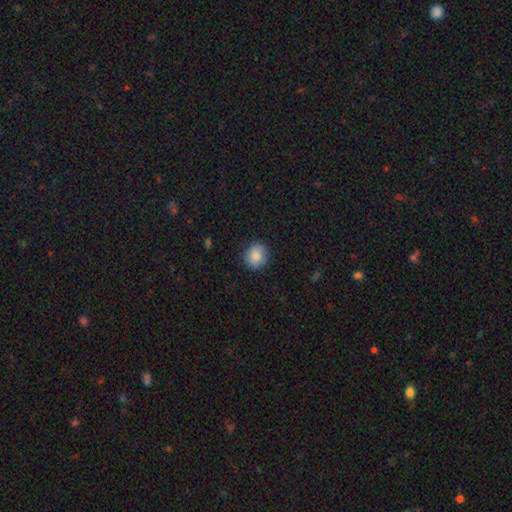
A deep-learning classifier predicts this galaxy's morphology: Smooth or featured: smooth — 85% (star or artifact — 8%)
How rounded: round — 83% (in between — 16%)
Merging: none — 86% (minor disturbance — 11%)